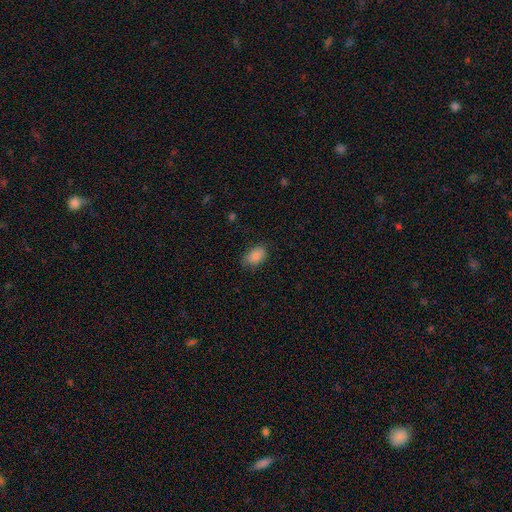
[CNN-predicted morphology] This is clearly a smooth galaxy (88%). How rounded: clearly in between (89%). Merging: likely none (78%).